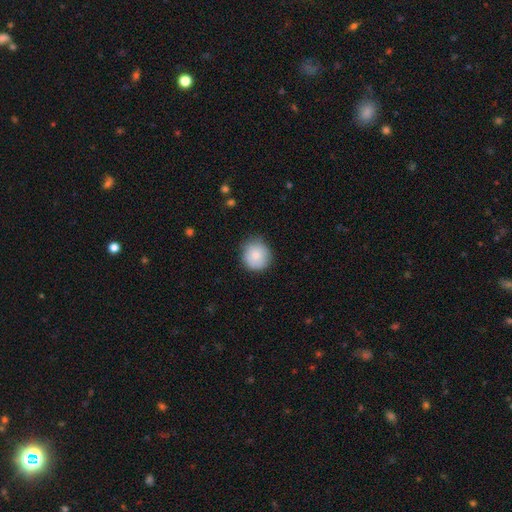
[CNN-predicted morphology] Q: Smooth or featured?
A: smooth (80%); runner-up: featured or disk (12%)
Q: How rounded?
A: round (91%); runner-up: in between (8%)
Q: Merging?
A: none (78%); runner-up: minor disturbance (18%)